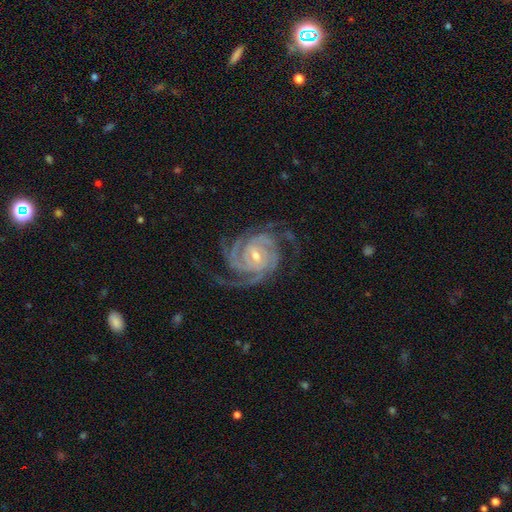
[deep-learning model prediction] featured or disk 93%, star or artifact 4%, smooth 2%. Down the decision tree: edge-on disk — no (98%); bar — weak (46%); spiral arms — yes (99%); spiral arm count — 3 (36%); spiral winding — tight (72%); bulge size — small (55%); merging — none (74%).